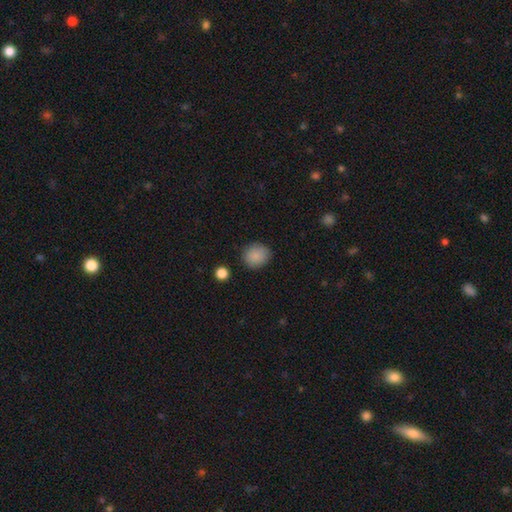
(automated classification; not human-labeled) This is clearly a smooth galaxy (87%). How rounded: likely round (80%). Merging: clearly none (86%).